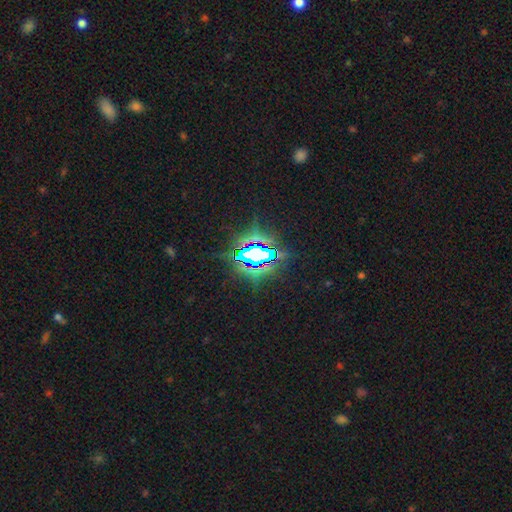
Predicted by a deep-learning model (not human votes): A star or artifact, not a galaxy (78%).

Vote fractions:
- Smooth or featured? star or artifact: 78% / smooth: 11% / featured or disk: 11%